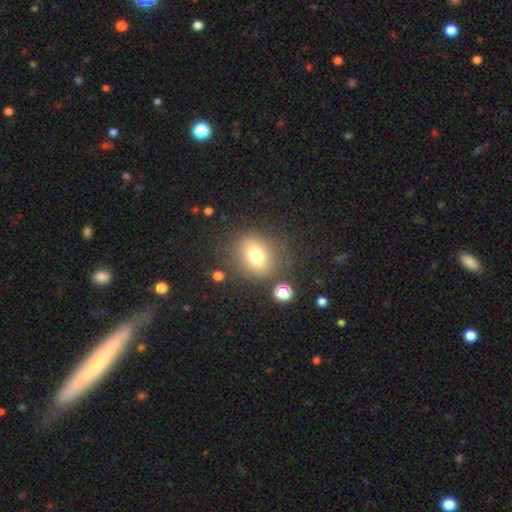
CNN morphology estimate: smooth_or_featured: smooth (p=0.73) [alt: star or artifact p=0.14]
how_rounded: round (p=0.70) [alt: in between p=0.29]
merging: none (p=0.79) [alt: minor disturbance p=0.11]